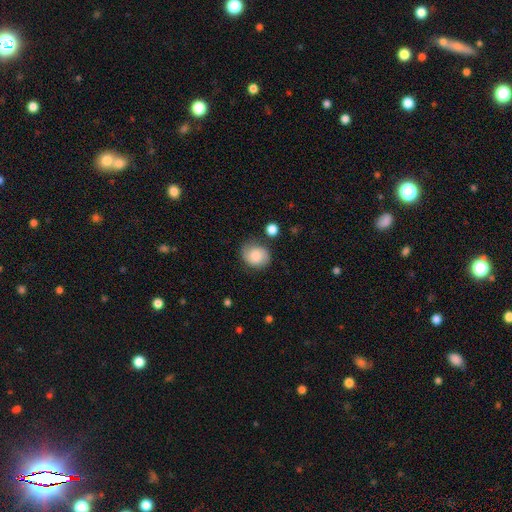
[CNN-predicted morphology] smooth_or_featured: smooth (p=0.71) [alt: featured or disk p=0.21]
how_rounded: round (p=0.64) [alt: in between p=0.35]
merging: none (p=0.73) [alt: minor disturbance p=0.18]